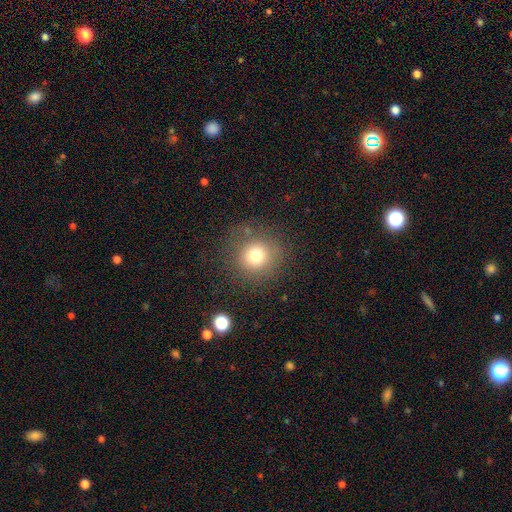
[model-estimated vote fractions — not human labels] Smooth or featured? Predicted: smooth (p=0.75). How rounded? Predicted: round (p=0.91). Merging? Predicted: none (p=0.81).